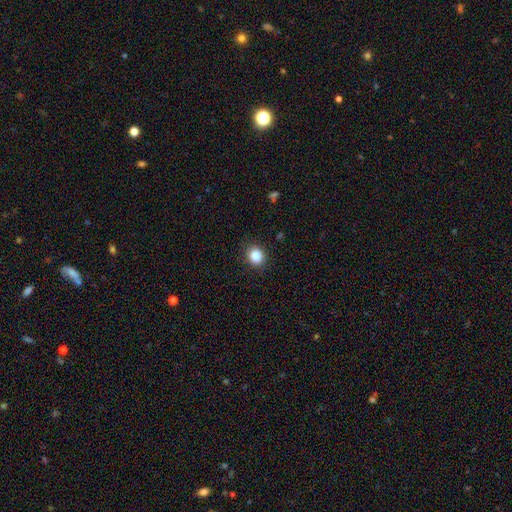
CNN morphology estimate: type=smooth (87%); roundness=round (69%); merging=none (87%).